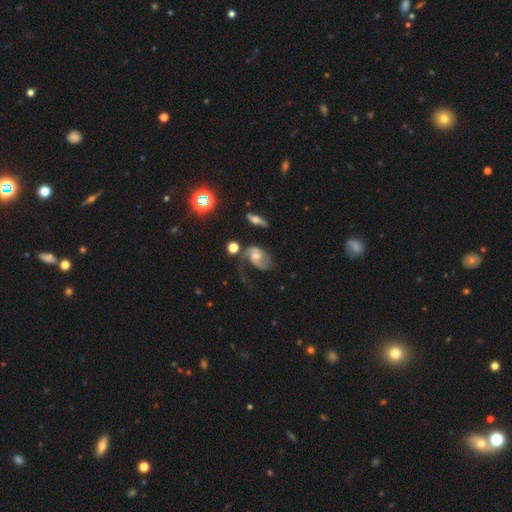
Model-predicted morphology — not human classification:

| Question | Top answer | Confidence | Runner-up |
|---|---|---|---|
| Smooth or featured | featured or disk | 70% | smooth (21%) |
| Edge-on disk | no | 96% | yes (4%) |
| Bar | no | 58% | weak (35%) |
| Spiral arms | yes | 88% | no (12%) |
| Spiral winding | medium | 42% | loose (33%) |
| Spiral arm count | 2 | 58% | 1 (25%) |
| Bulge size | moderate | 53% | small (30%) |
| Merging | major disturbance | 34% | none (33%) |